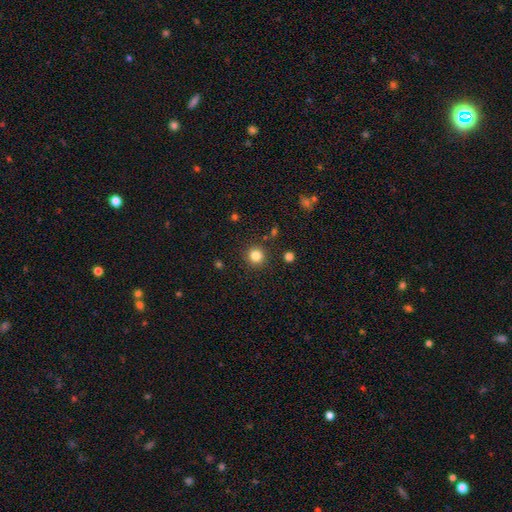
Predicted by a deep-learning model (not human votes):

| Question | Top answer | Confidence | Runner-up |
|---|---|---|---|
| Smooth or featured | smooth | 83% | star or artifact (12%) |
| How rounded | round | 93% | in between (6%) |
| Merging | none | 89% | minor disturbance (6%) |